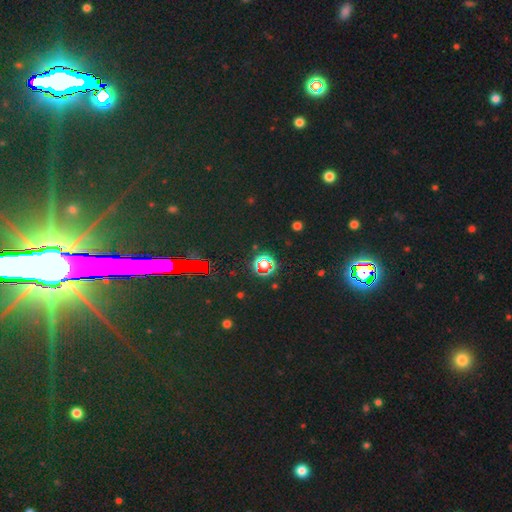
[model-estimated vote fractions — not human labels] Overall: star or artifact (78%).